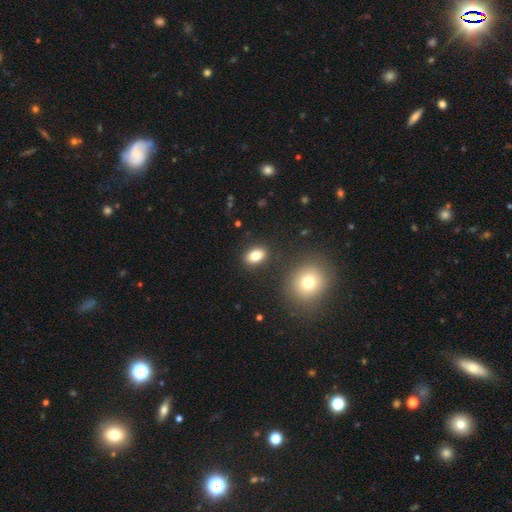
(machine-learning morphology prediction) smooth-or-featured: smooth: 81% | star or artifact: 10% | featured or disk: 9%
  how-rounded: in between: 81% | round: 17% | cigar-shaped: 2%
  merging: none: 86% | minor disturbance: 8% | merger: 3% | major disturbance: 3%